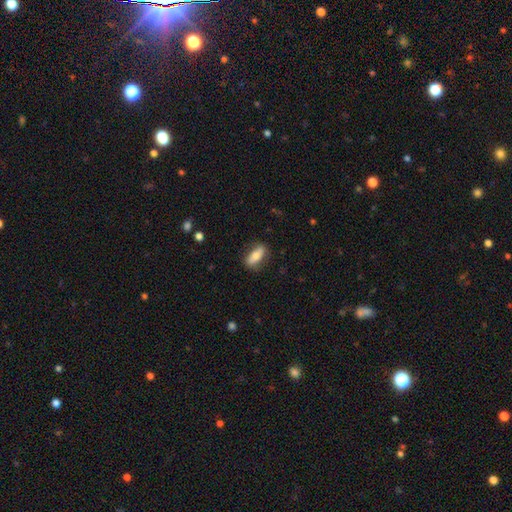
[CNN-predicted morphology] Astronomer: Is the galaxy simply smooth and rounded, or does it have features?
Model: smooth — 68%.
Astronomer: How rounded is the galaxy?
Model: in between — 69%.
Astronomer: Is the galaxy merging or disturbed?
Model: none — 81%.